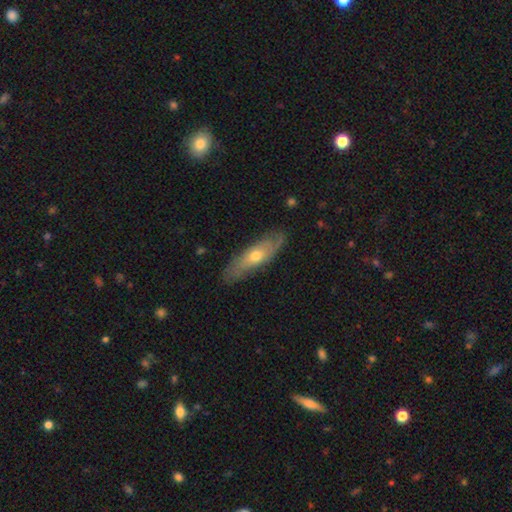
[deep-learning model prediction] The model was most divided on "smooth or featured": featured or disk: 50%, smooth: 44%, star or artifact: 6%. More confident: merging — none (77%); edge-on disk — no (61%).